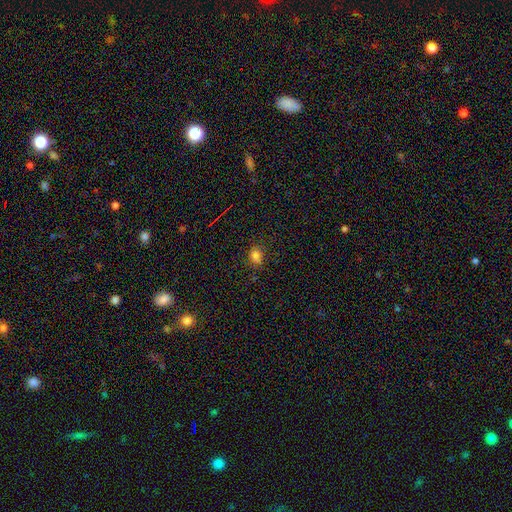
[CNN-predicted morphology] Smooth or featured? smooth (77%)
How rounded? round (55%)
Merging? none (76%)